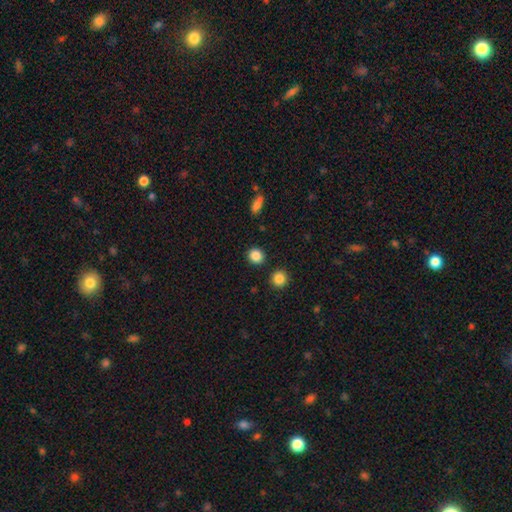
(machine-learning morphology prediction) type=smooth (87%); roundness=round (88%); merging=none (89%).